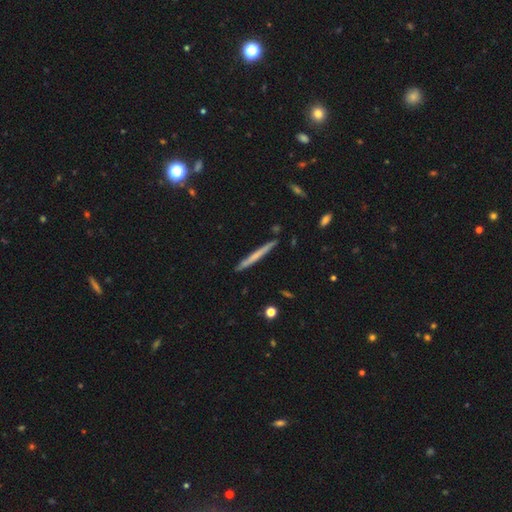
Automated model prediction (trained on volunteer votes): This is possibly a smooth galaxy (53%). How rounded: clearly cigar-shaped (97%). Merging: clearly none (90%).